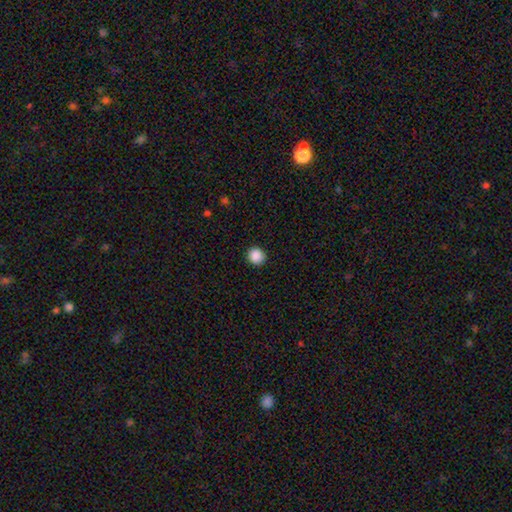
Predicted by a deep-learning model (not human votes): A smooth galaxy with no disk features (88%) that is round (93%).

Vote fractions:
- Smooth or featured? smooth: 88% / star or artifact: 9% / featured or disk: 2%
- How rounded? round: 93% / in between: 6% / cigar-shaped: 1%
- Merging? none: 92% / minor disturbance: 5% / major disturbance: 2% / merger: 1%